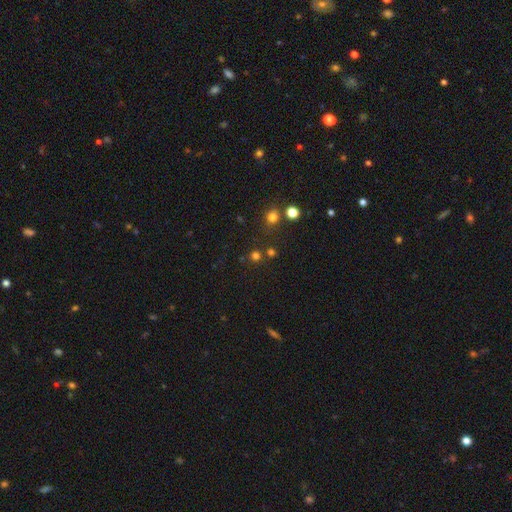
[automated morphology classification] Smooth or featured? Predicted: smooth (p=0.67). How rounded? Predicted: round (p=0.90). Merging? Predicted: none (p=0.77).